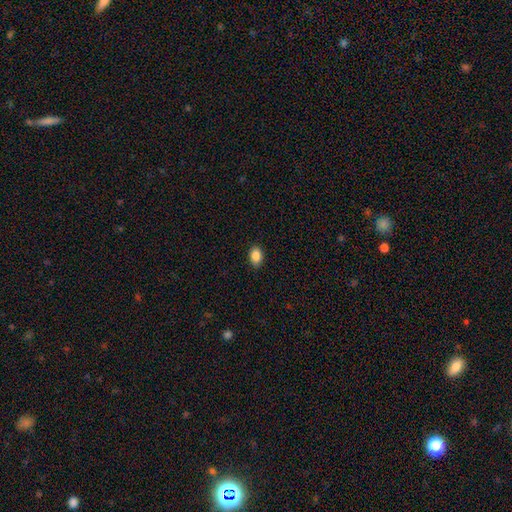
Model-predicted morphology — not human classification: Q: Smooth or featured?
A: smooth (87%); runner-up: star or artifact (8%)
Q: How rounded?
A: in between (84%); runner-up: round (15%)
Q: Merging?
A: none (88%); runner-up: minor disturbance (9%)